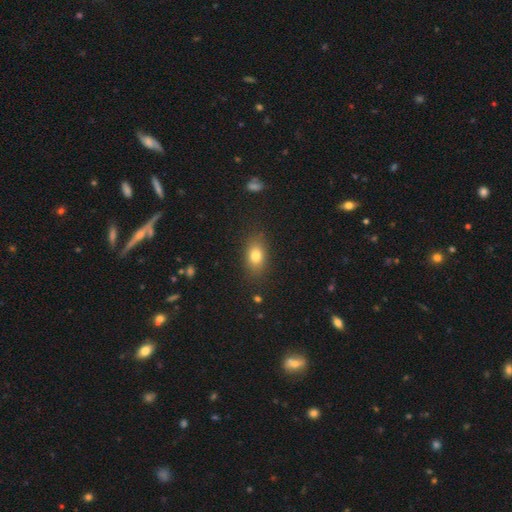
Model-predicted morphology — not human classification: A smooth galaxy with no disk features (79%) that is in between round and cigar-shaped (79%). Merging: none (84%).